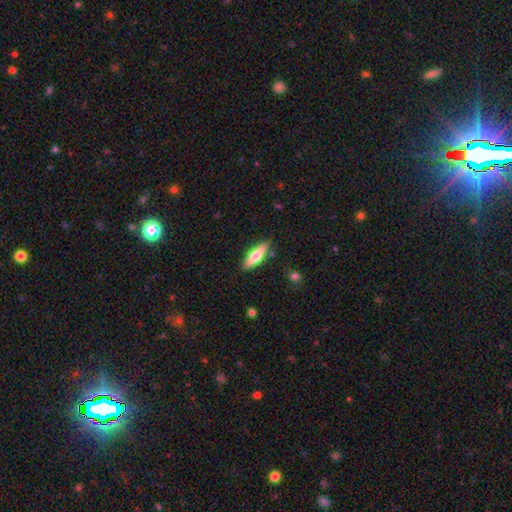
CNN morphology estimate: The model was most divided on "how rounded": cigar-shaped: 53%, in between: 45%, round: 2%. More confident: merging — none (85%); smooth or featured — smooth (57%).